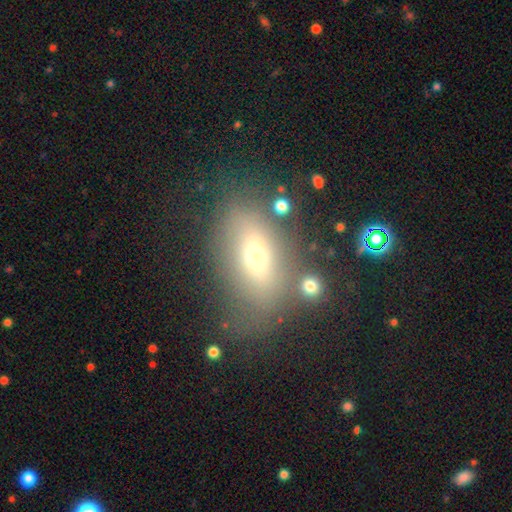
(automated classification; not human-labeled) Morphology: type=smooth (58%); roundness=in between (79%); merging=none (62%).